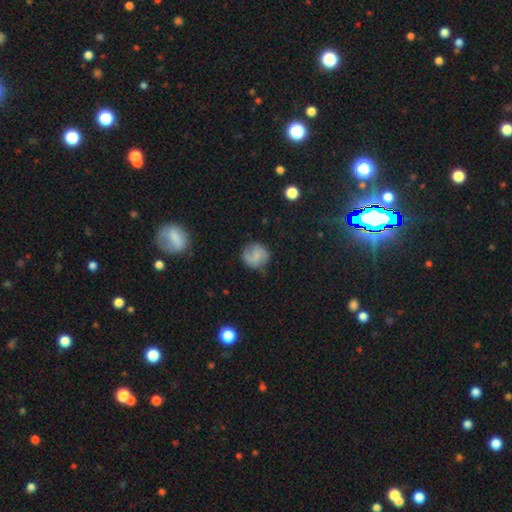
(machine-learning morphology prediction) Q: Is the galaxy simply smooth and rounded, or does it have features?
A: smooth — 52%.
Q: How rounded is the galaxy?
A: round — 84%.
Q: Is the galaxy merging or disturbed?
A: none — 68%.